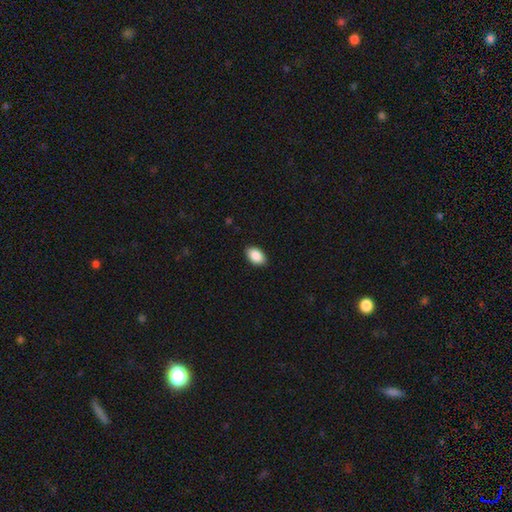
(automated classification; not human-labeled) Morphology: type=smooth (90%); roundness=in between (92%); merging=none (89%).